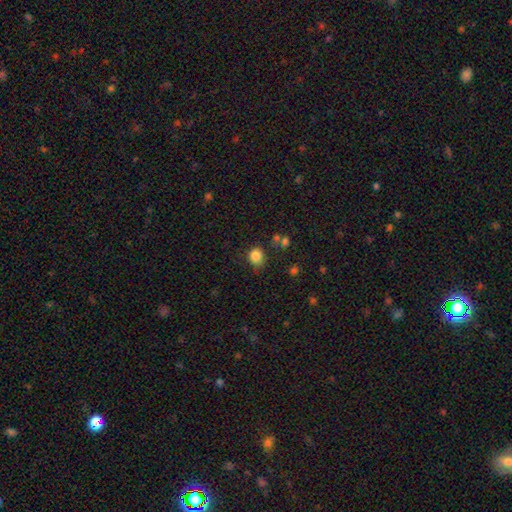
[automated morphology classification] A smooth galaxy with no disk features (84%) that is round (72%). Merging: none (69%).